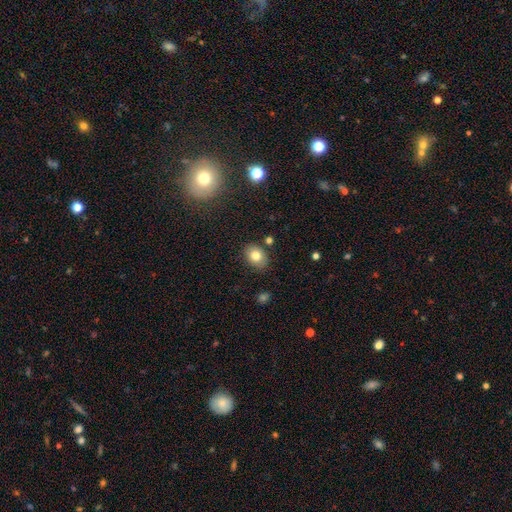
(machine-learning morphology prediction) smooth 79%, featured or disk 11%, star or artifact 10%. Down the decision tree: how rounded — in between (62%); merging — none (83%).